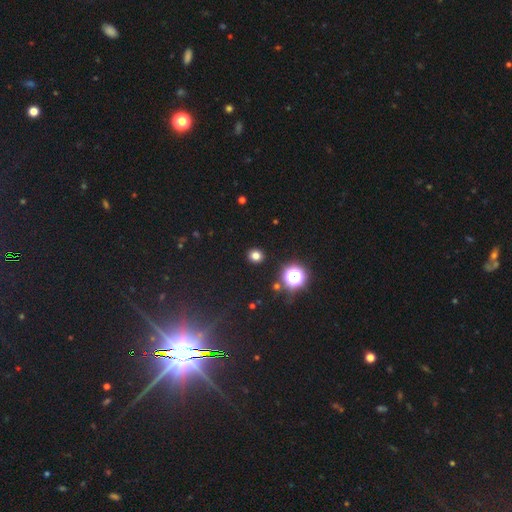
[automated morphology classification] This appears to be a smooth galaxy with no disk features (76%) that is round (84%). Merging: none (92%).